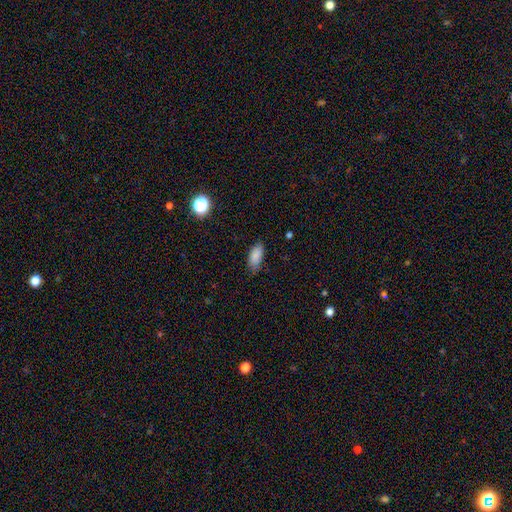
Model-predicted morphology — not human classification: Smooth or featured? smooth (86%)
How rounded? in between (88%)
Merging? none (77%)